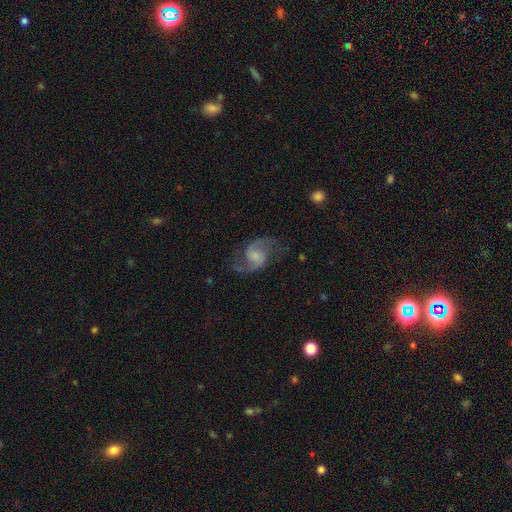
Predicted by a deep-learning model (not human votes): Smooth or featured? featured or disk (86%)
Edge-on disk? no (98%)
Bar? no (48%)
Spiral arms? yes (96%)
Spiral winding? loose (51%)
Spiral arm count? 2 (93%)
Bulge size? small (37%)
Merging? none (71%)